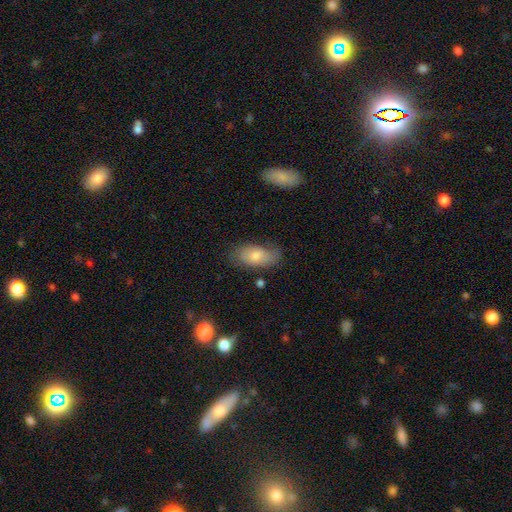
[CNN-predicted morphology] smooth_or_featured: smooth (p=0.72) [alt: featured or disk p=0.21]
how_rounded: in between (p=0.92) [alt: cigar-shaped p=0.04]
merging: none (p=0.62) [alt: minor disturbance p=0.26]